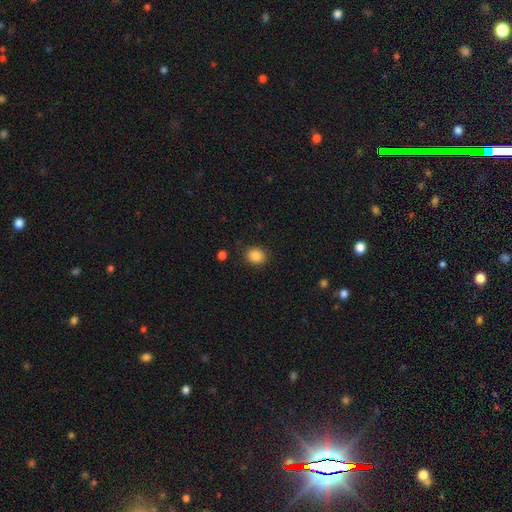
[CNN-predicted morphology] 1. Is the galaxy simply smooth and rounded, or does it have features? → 86% smooth, 10% star or artifact, 4% featured or disk.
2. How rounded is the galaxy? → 68% round, 31% in between, 1% cigar-shaped.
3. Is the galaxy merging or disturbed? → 86% none, 9% minor disturbance, 3% major disturbance, 2% merger.